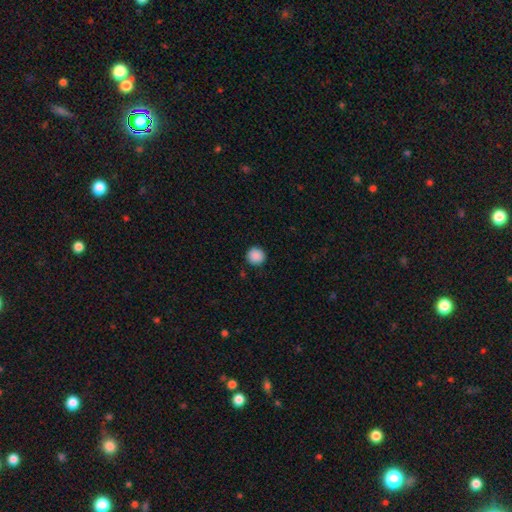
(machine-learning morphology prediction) A smooth galaxy with no disk features (89%) that is round (95%). Merging: none (91%).